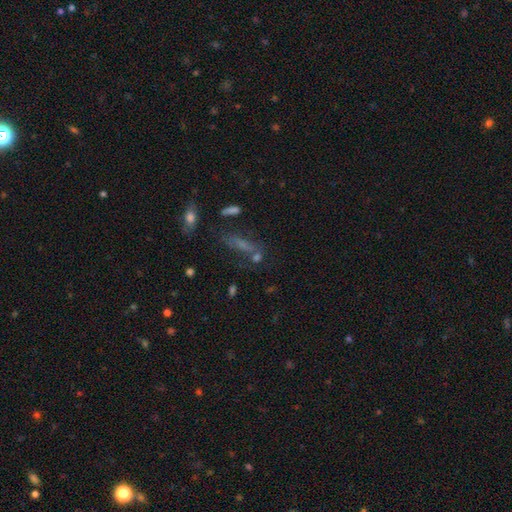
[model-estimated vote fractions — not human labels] smooth-or-featured: smooth: 44% | star or artifact: 32% | featured or disk: 25%
  merging: none: 52% | merger: 20% | minor disturbance: 15% | major disturbance: 12%